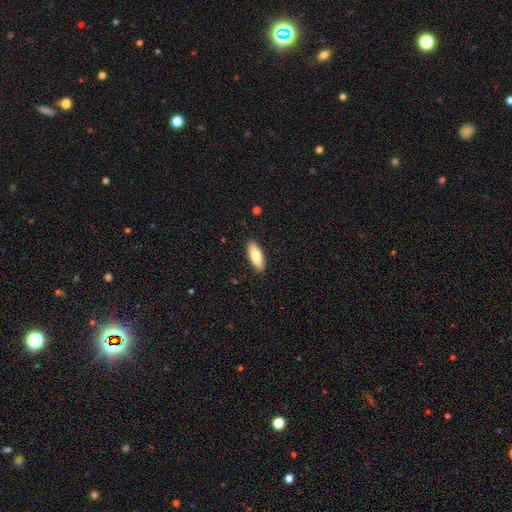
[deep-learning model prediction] Smooth or featured? Predicted: smooth (p=0.79). How rounded? Predicted: in between (p=0.75). Merging? Predicted: none (p=0.90).